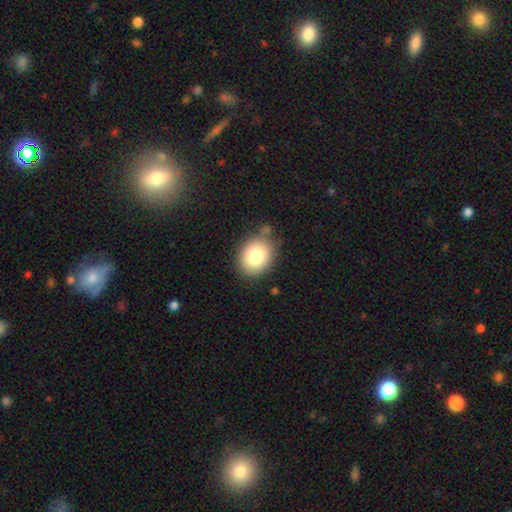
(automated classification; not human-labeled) Smooth or featured: smooth — 80% (featured or disk — 11%)
How rounded: round — 54% (in between — 45%)
Merging: none — 76% (minor disturbance — 15%)